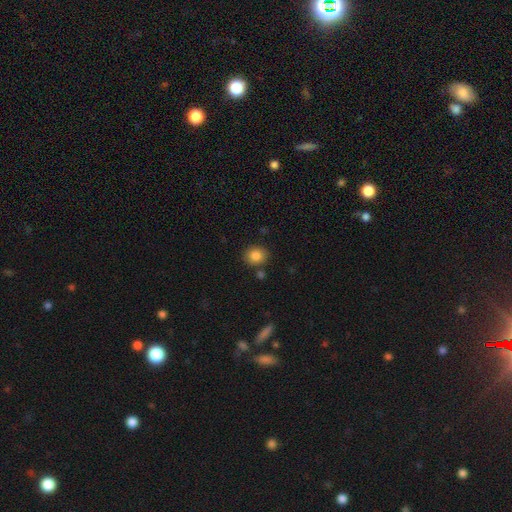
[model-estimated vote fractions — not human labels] Q: Smooth or featured?
A: smooth (84%); runner-up: star or artifact (10%)
Q: How rounded?
A: round (74%); runner-up: in between (25%)
Q: Merging?
A: none (83%); runner-up: minor disturbance (9%)